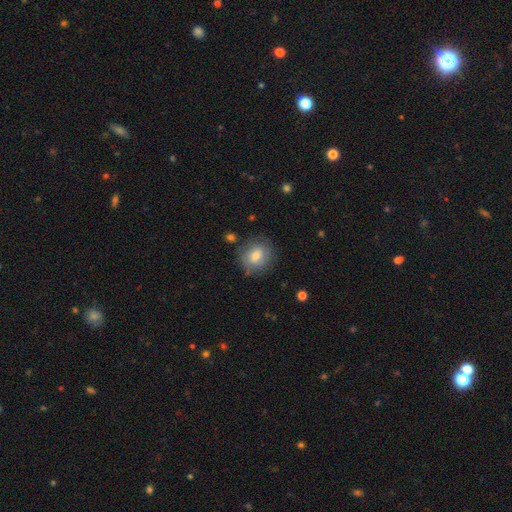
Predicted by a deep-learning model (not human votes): smooth_or_featured: smooth (p=0.73) [alt: featured or disk p=0.18]
how_rounded: round (p=0.80) [alt: in between p=0.19]
merging: none (p=0.79) [alt: minor disturbance p=0.14]